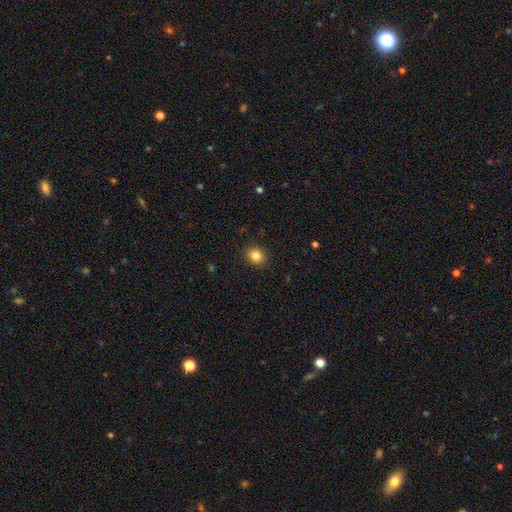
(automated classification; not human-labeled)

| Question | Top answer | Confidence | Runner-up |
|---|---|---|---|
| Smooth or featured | smooth | 84% | star or artifact (10%) |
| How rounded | round | 56% | in between (44%) |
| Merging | none | 89% | minor disturbance (8%) |